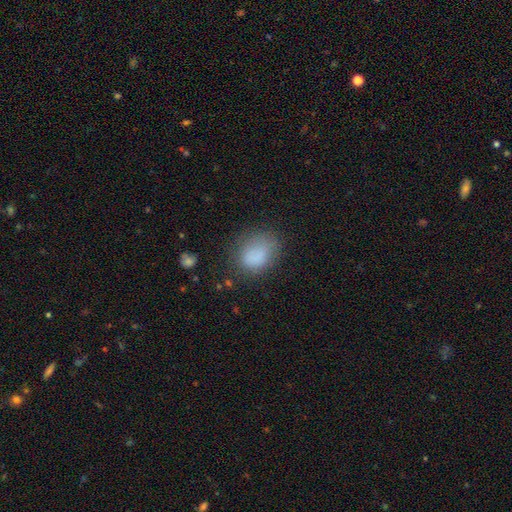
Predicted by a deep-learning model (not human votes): smooth-or-featured: smooth: 81% | star or artifact: 10% | featured or disk: 8%
  how-rounded: in between: 60% | round: 39% | cigar-shaped: 1%
  merging: none: 60% | minor disturbance: 25% | major disturbance: 12% | merger: 3%